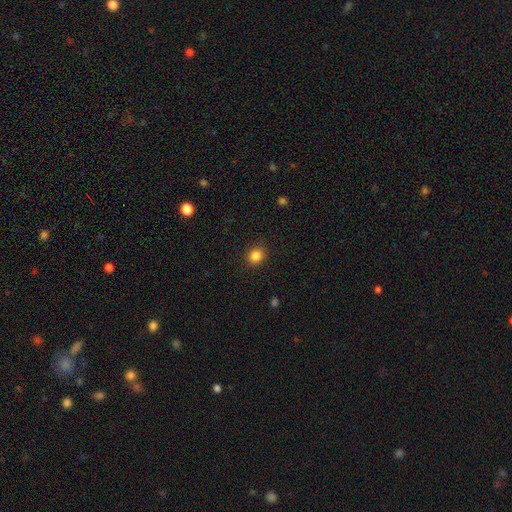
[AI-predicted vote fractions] This appears to be a smooth galaxy with no disk features (85%) that is round (79%). Merging: none (89%).